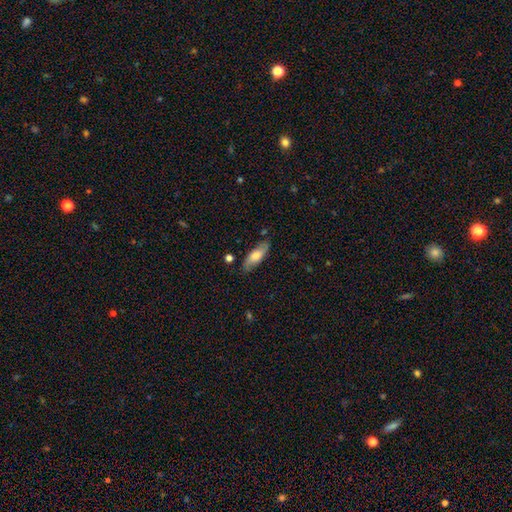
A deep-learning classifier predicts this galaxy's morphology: Q: Smooth or featured?
A: smooth (62%); runner-up: featured or disk (32%)
Q: How rounded?
A: in between (64%); runner-up: cigar-shaped (34%)
Q: Merging?
A: none (81%); runner-up: minor disturbance (14%)